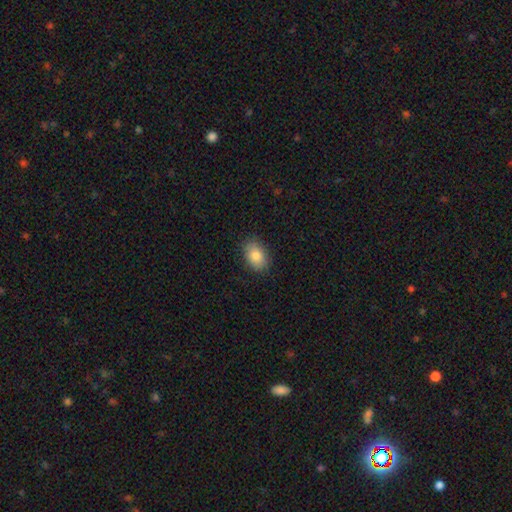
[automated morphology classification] Smooth or featured?
  - smooth: 83% *
  - featured or disk: 10%
  - star or artifact: 8%
How rounded?
  - in between: 84% *
  - round: 15%
  - cigar-shaped: 1%
Merging?
  - none: 87% *
  - minor disturbance: 10%
  - major disturbance: 2%
  - merger: 1%